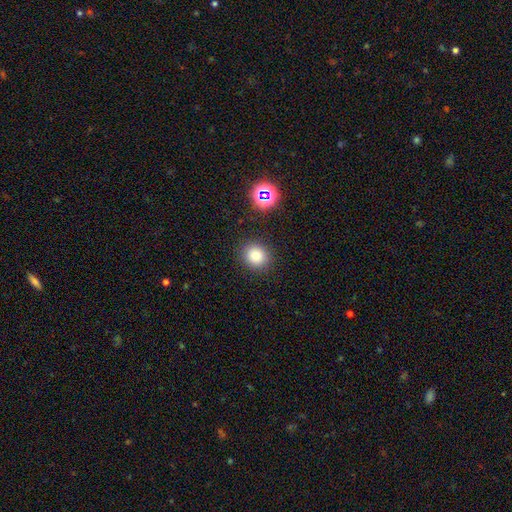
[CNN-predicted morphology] This appears to be a smooth galaxy with no disk features (79%) that is round (85%). Merging: none (88%).